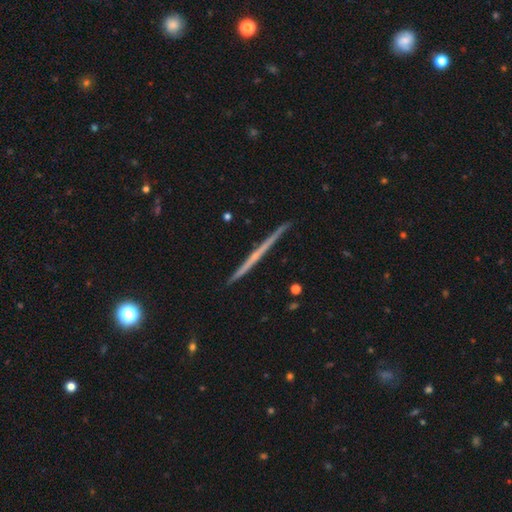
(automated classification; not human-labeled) A featured or disk galaxy (70%) viewed edge-on (98%) with no central bulge (77%). Merging: none (92%).